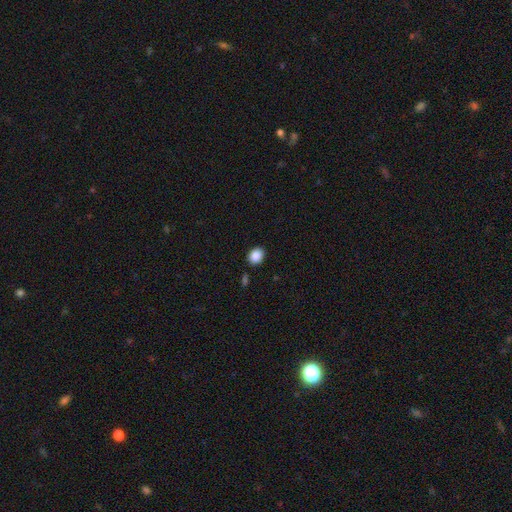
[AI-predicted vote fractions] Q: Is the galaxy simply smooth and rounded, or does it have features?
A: smooth — 88%.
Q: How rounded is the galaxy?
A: in between — 50%.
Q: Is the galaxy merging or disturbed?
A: none — 87%.